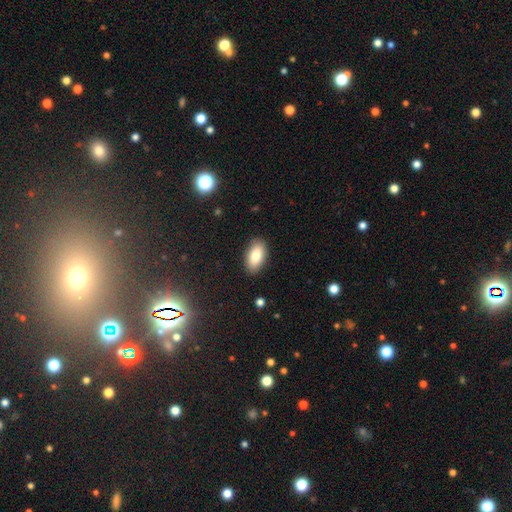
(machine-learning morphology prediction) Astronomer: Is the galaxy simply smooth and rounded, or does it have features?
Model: smooth — 81%.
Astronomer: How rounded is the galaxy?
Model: in between — 93%.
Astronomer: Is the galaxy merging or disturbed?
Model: none — 87%.